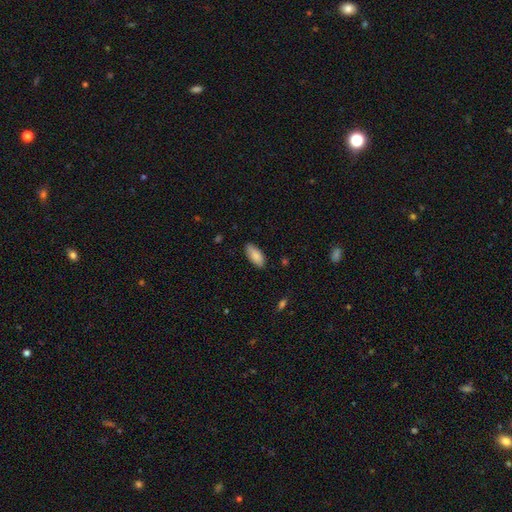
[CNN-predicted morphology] type=smooth (86%); roundness=in between (88%); merging=none (86%).